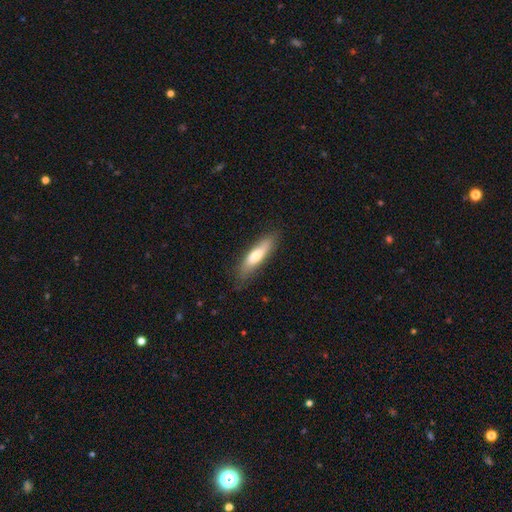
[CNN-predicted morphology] The model was most divided on "how rounded": cigar-shaped: 68%, in between: 31%, round: 2%. More confident: merging — none (77%); smooth or featured — smooth (67%).